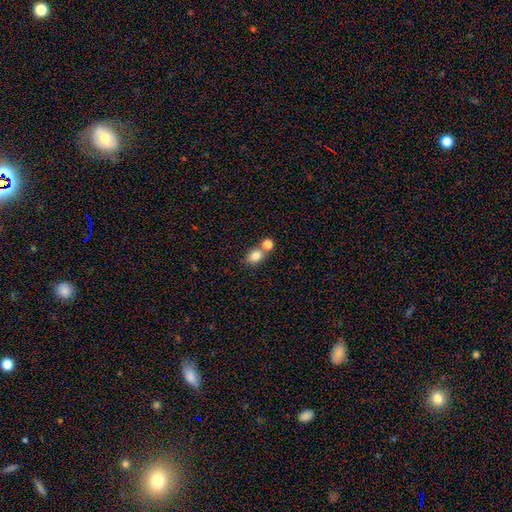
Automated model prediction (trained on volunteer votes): Smooth or featured? Predicted: smooth (p=0.82). How rounded? Predicted: round (p=0.50). Merging? Predicted: none (p=0.51).